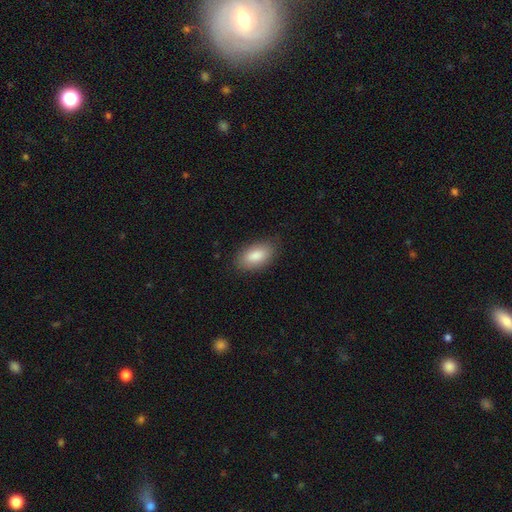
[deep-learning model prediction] A smooth galaxy with no disk features (86%) that is in between round and cigar-shaped (93%). Merging: none (83%).